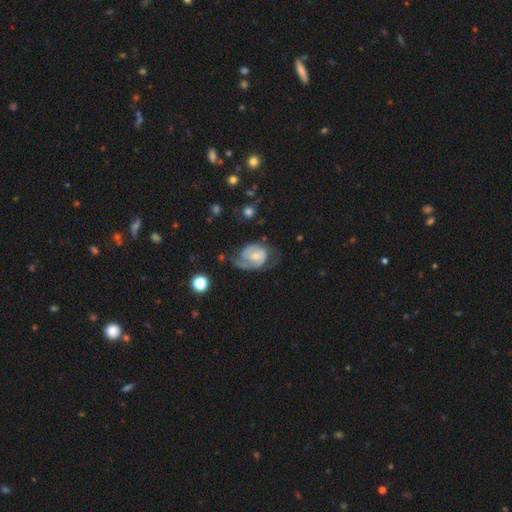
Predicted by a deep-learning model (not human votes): The model was most divided on "spiral winding": medium: 42%, tight: 41%, loose: 18%. Remaining: edge-on disk — no (97%); spiral arms — yes (92%); smooth or featured — featured or disk (77%); bar — no (58%); spiral arm count — 2 (58%); bulge size — small (45%); merging — none (45%).